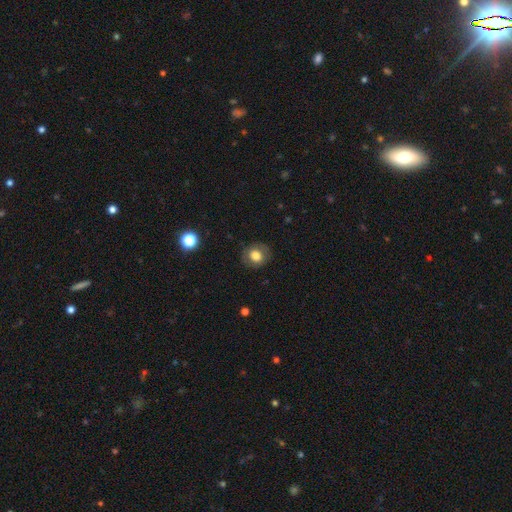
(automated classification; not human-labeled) smooth-or-featured: smooth: 77% | featured or disk: 14% | star or artifact: 9%
  how-rounded: round: 77% | in between: 22% | cigar-shaped: 1%
  merging: none: 83% | minor disturbance: 12% | major disturbance: 4% | merger: 1%